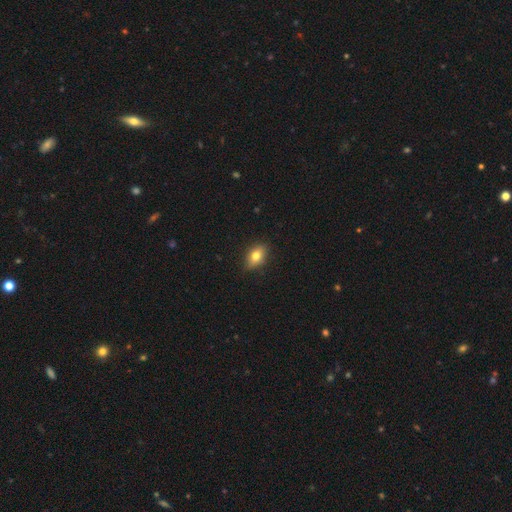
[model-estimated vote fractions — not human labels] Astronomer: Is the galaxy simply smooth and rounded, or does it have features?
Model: smooth — 73%.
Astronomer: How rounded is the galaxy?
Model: in between — 78%.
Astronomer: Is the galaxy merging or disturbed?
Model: none — 83%.